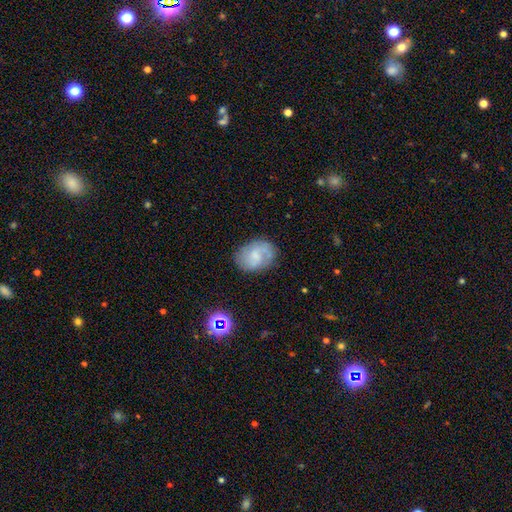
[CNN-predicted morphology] Smooth or featured: featured or disk — 48% (smooth — 43%)
Merging: none — 70% (minor disturbance — 20%)